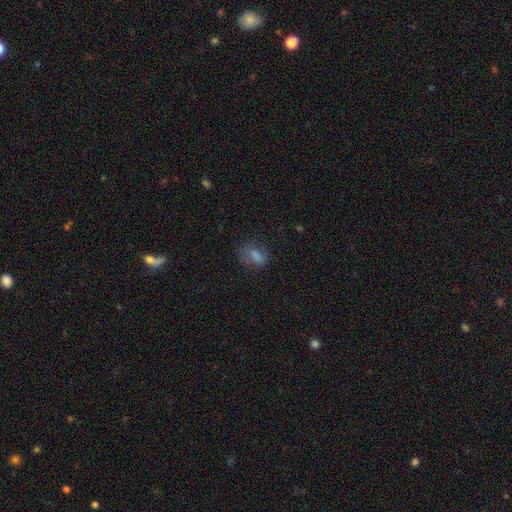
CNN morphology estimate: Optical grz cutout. It shows a smooth galaxy with no disk features (62%) that is in between round and cigar-shaped (73%). Merging: none (61%).